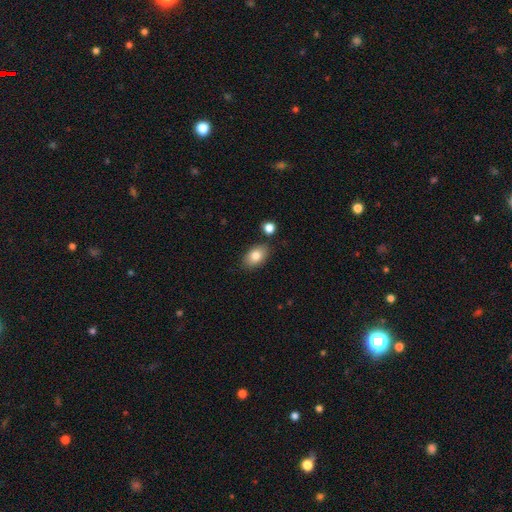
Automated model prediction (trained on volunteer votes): A smooth galaxy with no disk features (82%) that is in between round and cigar-shaped (88%). Merging: none (82%).